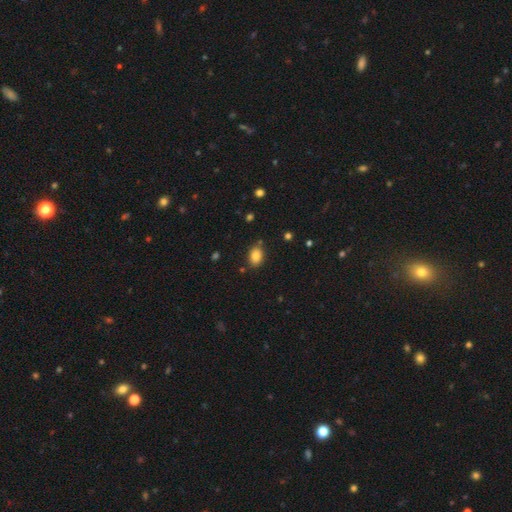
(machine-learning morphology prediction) Smooth or featured? Predicted: smooth (p=0.84). How rounded? Predicted: in between (p=0.79). Merging? Predicted: none (p=0.83).